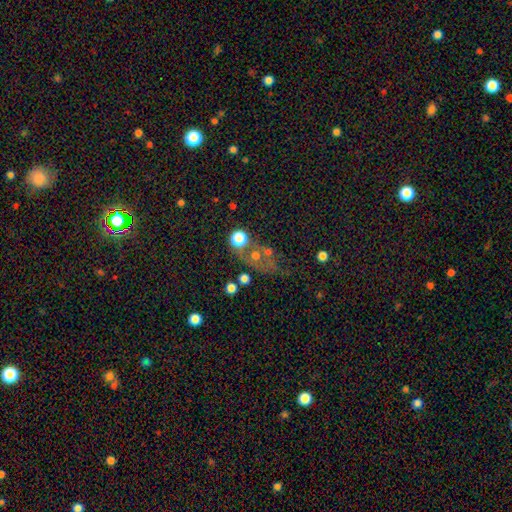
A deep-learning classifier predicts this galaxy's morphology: Q: Smooth or featured?
A: smooth (42%); runner-up: star or artifact (32%)
Q: Merging?
A: none (44%); runner-up: merger (24%)